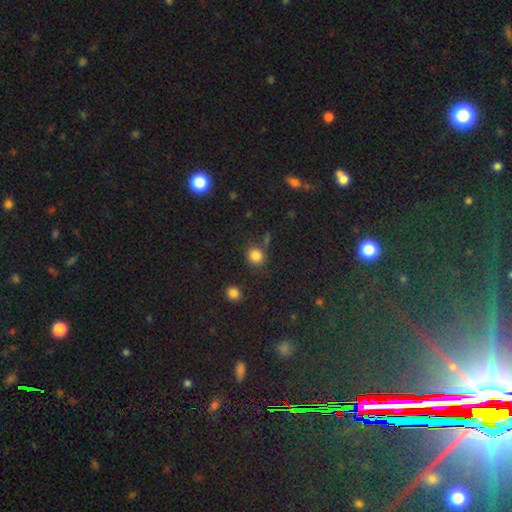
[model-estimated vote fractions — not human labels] Q: Smooth or featured?
A: smooth (83%); runner-up: star or artifact (13%)
Q: How rounded?
A: round (86%); runner-up: in between (13%)
Q: Merging?
A: none (77%); runner-up: minor disturbance (11%)